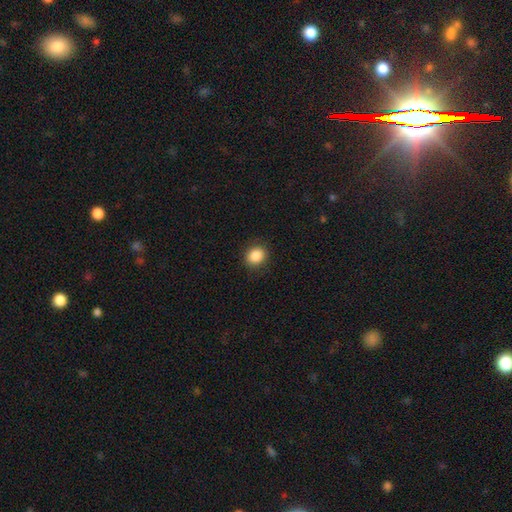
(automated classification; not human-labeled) Smooth or featured? Predicted: smooth (p=0.87). How rounded? Predicted: round (p=0.72). Merging? Predicted: none (p=0.89).